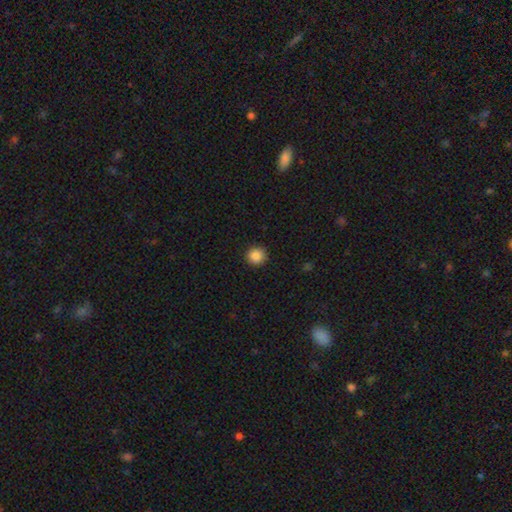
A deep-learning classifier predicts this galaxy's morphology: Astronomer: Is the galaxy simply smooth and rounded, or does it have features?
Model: smooth — 87%.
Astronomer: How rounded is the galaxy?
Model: round — 94%.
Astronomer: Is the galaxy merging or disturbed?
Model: none — 92%.